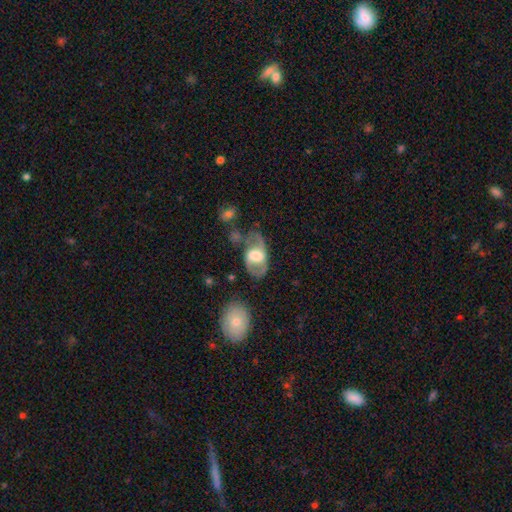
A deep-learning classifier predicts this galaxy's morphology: type=featured or disk (65%); edge-on=no (93%); bar=weak (44%); spiral arms=yes (68%); bulge=moderate (41%); merging=none (49%).